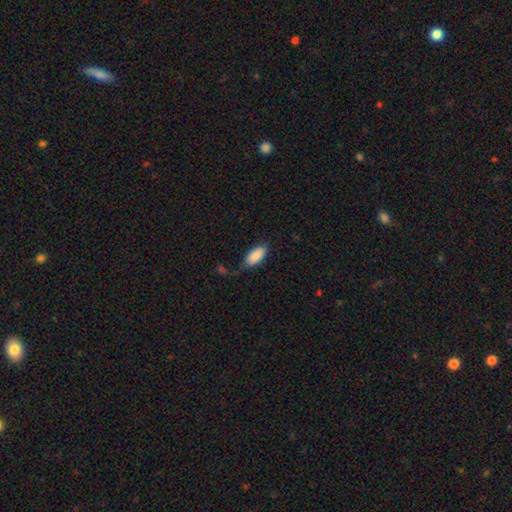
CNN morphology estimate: Smooth or featured?
  - smooth: 88% *
  - star or artifact: 6%
  - featured or disk: 6%
How rounded?
  - in between: 89% *
  - cigar-shaped: 9%
  - round: 2%
Merging?
  - none: 60% *
  - minor disturbance: 28%
  - major disturbance: 9%
  - merger: 4%